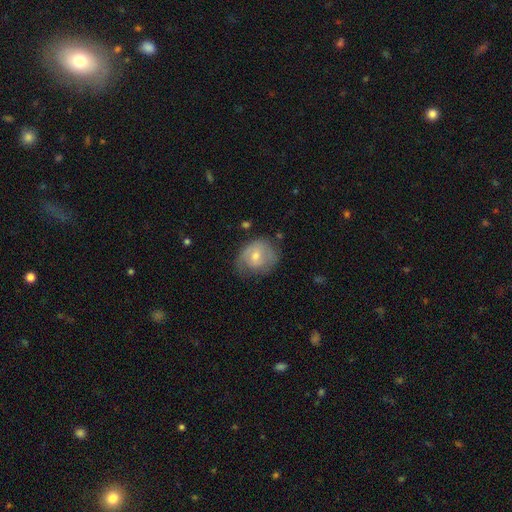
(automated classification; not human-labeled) Q: Smooth or featured?
A: featured or disk (57%); runner-up: smooth (35%)
Q: Edge-on disk?
A: no (96%); runner-up: yes (4%)
Q: Bar?
A: no (56%); runner-up: weak (36%)
Q: Spiral arms?
A: yes (72%); runner-up: no (28%)
Q: Bulge size?
A: moderate (51%); runner-up: small (45%)
Q: Merging?
A: none (57%); runner-up: minor disturbance (28%)